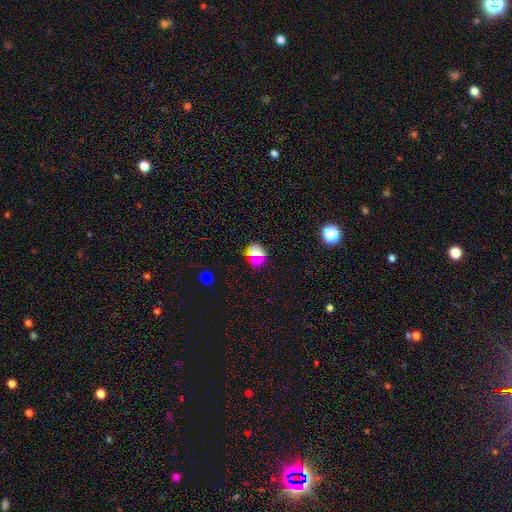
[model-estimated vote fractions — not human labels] This appears to be a smooth galaxy with no disk features (67%) that is round (57%). Merging: none (84%).